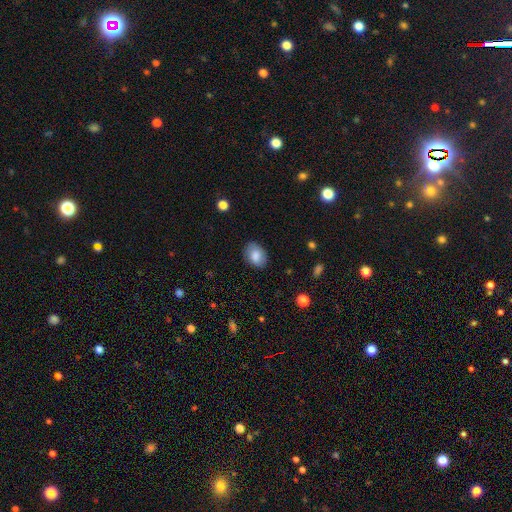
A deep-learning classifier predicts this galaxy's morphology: smooth-or-featured: smooth: 82% | featured or disk: 11% | star or artifact: 7%
  how-rounded: in between: 77% | round: 22% | cigar-shaped: 1%
  merging: none: 84% | minor disturbance: 12% | major disturbance: 3% | merger: 1%